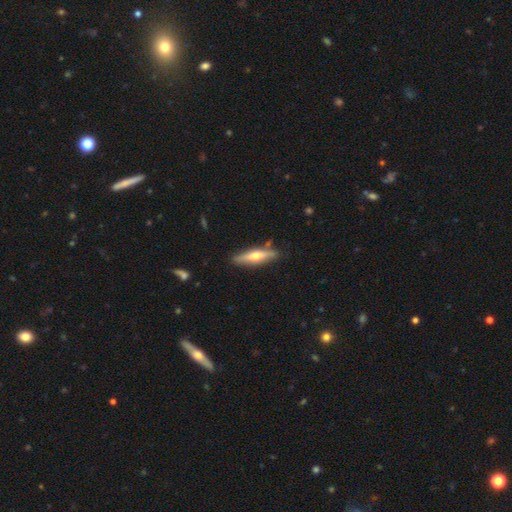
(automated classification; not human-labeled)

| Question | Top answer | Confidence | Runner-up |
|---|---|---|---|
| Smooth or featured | featured or disk | 53% | smooth (41%) |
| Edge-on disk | yes | 92% | no (8%) |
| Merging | none | 84% | minor disturbance (11%) |